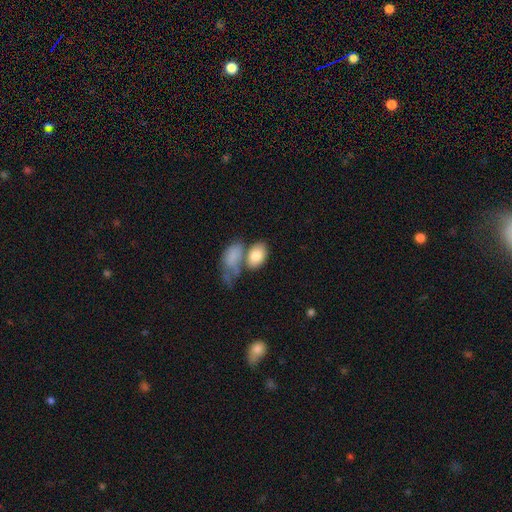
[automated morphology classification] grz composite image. It shows a smooth galaxy with no disk features (80%) that is in between round and cigar-shaped (90%). Merging: merger (40%).